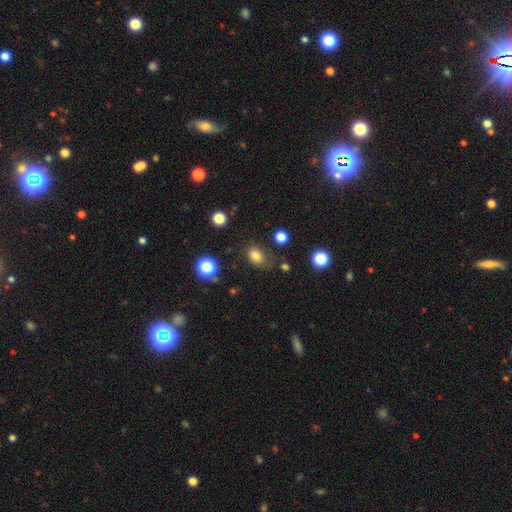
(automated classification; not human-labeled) smooth_or_featured: smooth (p=0.79) [alt: star or artifact p=0.14]
how_rounded: in between (p=0.64) [alt: round p=0.35]
merging: none (p=0.68) [alt: minor disturbance p=0.21]